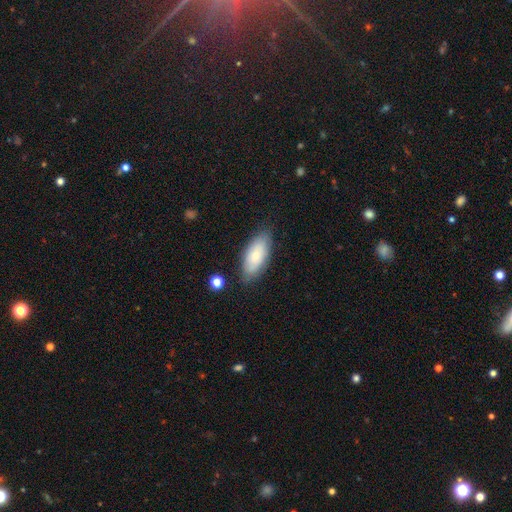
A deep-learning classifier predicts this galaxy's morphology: Smooth or featured: smooth — 73% (featured or disk — 21%)
How rounded: in between — 88% (cigar-shaped — 10%)
Merging: none — 79% (minor disturbance — 16%)